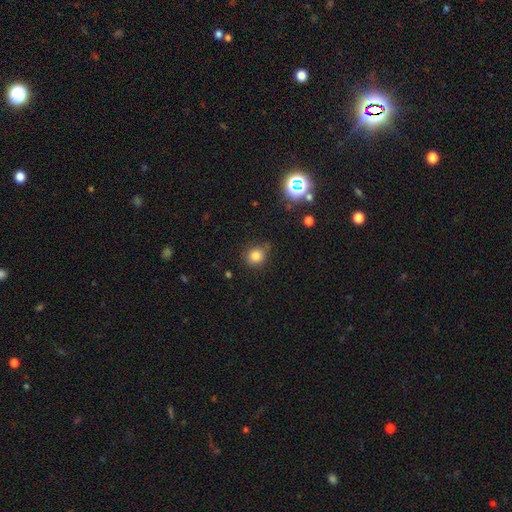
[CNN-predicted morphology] Smooth or featured: smooth — 80% (star or artifact — 14%)
How rounded: round — 79% (in between — 20%)
Merging: none — 75% (minor disturbance — 18%)